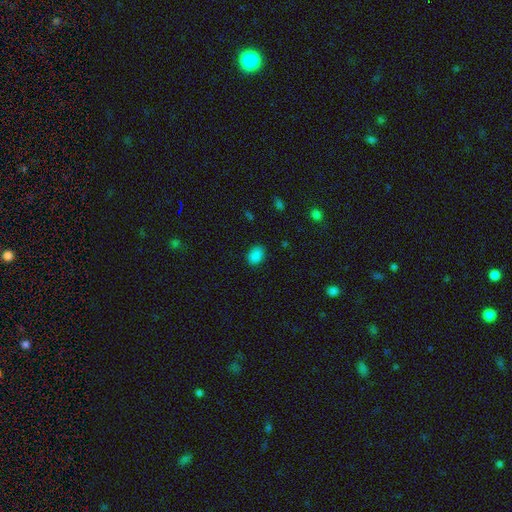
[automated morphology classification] The model was most divided on "how rounded": in between: 73%, round: 26%, cigar-shaped: 1%. More confident: smooth or featured — smooth (85%); merging — none (84%).